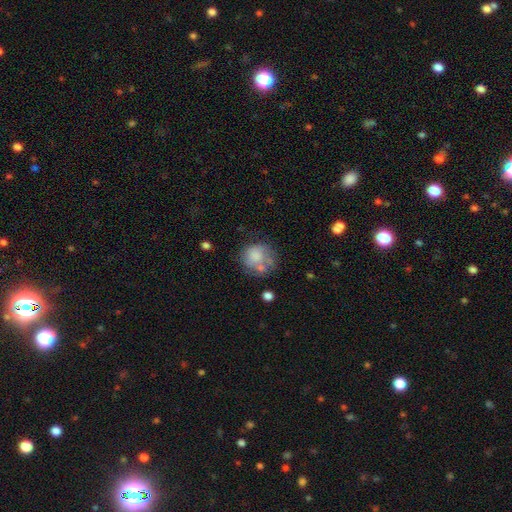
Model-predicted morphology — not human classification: Smooth or featured? Predicted: smooth (p=0.64). How rounded? Predicted: round (p=0.80). Merging? Predicted: none (p=0.44).